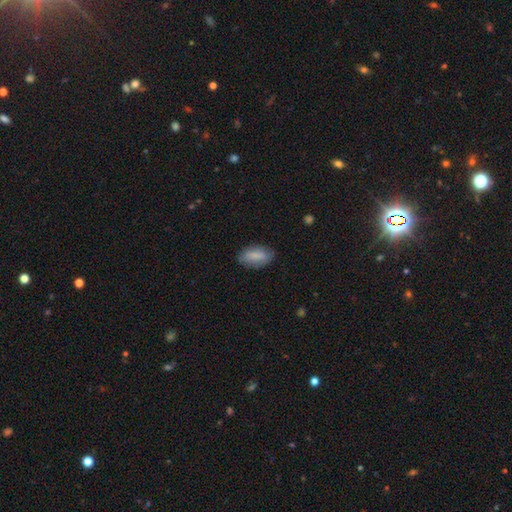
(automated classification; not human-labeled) Smooth or featured?
  - smooth: 78% *
  - featured or disk: 15%
  - star or artifact: 7%
How rounded?
  - in between: 90% *
  - cigar-shaped: 6%
  - round: 4%
Merging?
  - none: 79% *
  - minor disturbance: 16%
  - major disturbance: 4%
  - merger: 1%